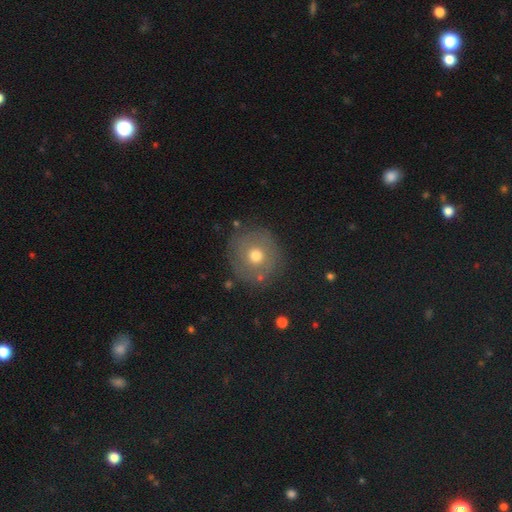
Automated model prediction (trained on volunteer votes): Overall: smooth (57%; featured or disk 32%). How rounded: round (92%). Merging: none (82%).